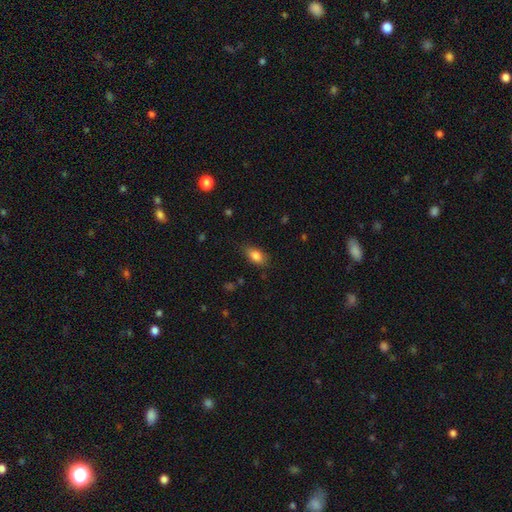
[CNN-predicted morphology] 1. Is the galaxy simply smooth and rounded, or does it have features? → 83% smooth, 8% star or artifact, 8% featured or disk.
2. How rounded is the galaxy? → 86% in between, 8% round, 6% cigar-shaped.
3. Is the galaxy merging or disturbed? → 80% none, 16% minor disturbance, 4% major disturbance, 1% merger.